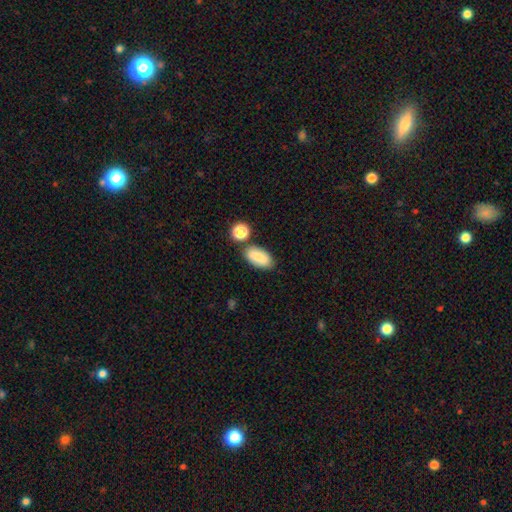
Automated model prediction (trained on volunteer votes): Morphology: type=smooth (80%); roundness=in between (90%); merging=none (73%).